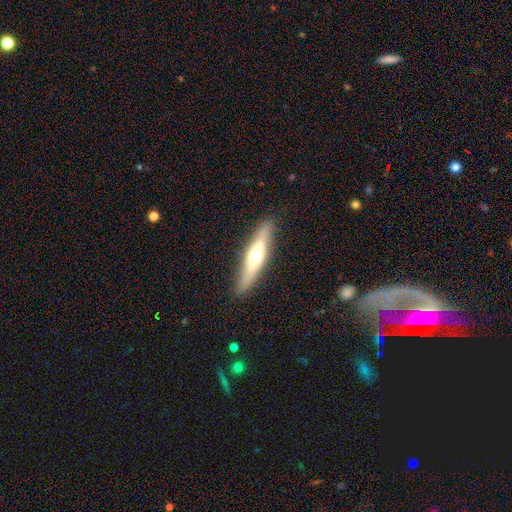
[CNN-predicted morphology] smooth_or_featured: featured or disk (p=0.53) [alt: smooth p=0.41]
disk_edge_on: yes (p=0.87) [alt: no p=0.13]
merging: none (p=0.88) [alt: minor disturbance p=0.08]